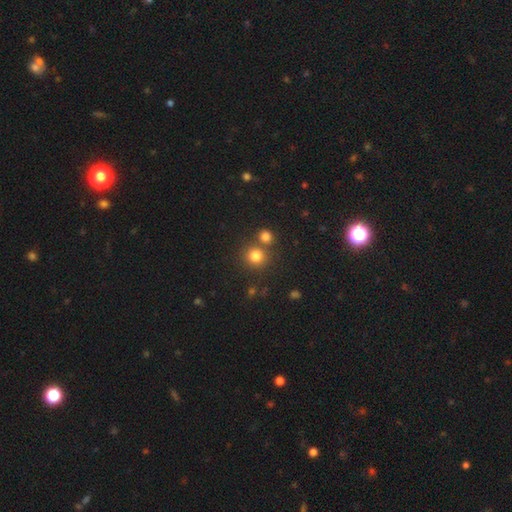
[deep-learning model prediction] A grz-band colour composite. It shows a smooth galaxy with no disk features (79%) that is round (91%). Merging: none (70%).